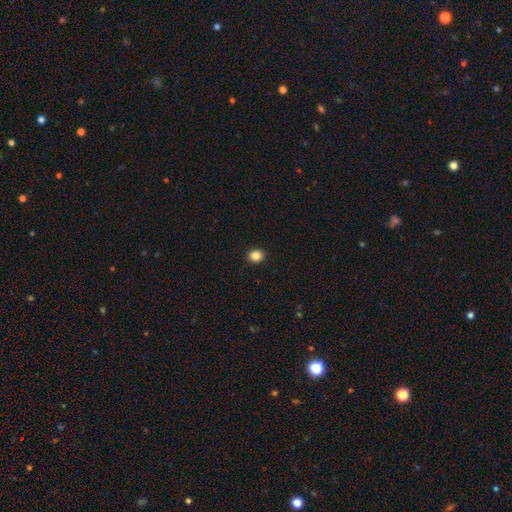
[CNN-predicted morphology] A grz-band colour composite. It shows a smooth galaxy with no disk features (85%) that is round (69%). Merging: none (92%).